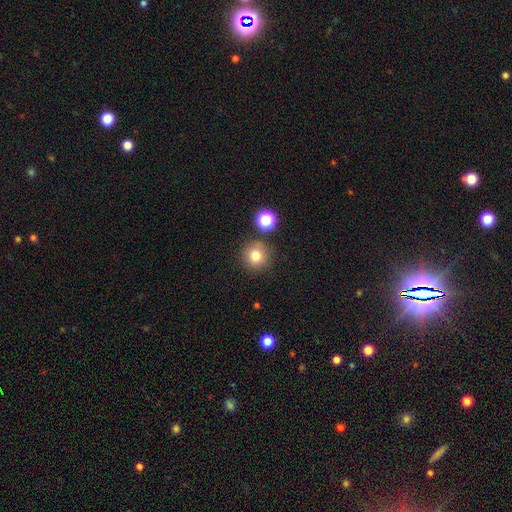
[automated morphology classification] Smooth or featured? Predicted: smooth (p=0.78). How rounded? Predicted: round (p=0.94). Merging? Predicted: none (p=0.84).